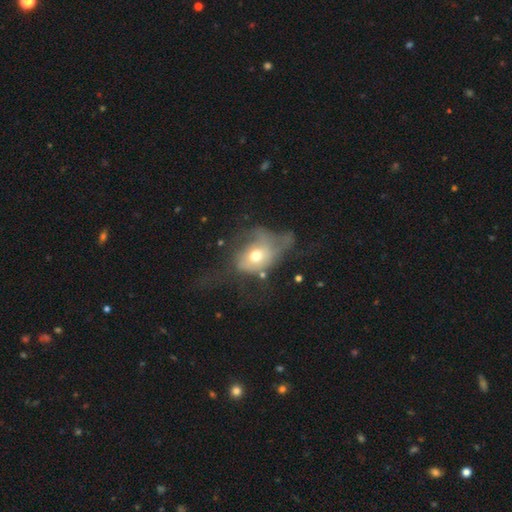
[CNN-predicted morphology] This appears to be a smooth galaxy with no disk features (49%). Merging: major disturbance (51%).